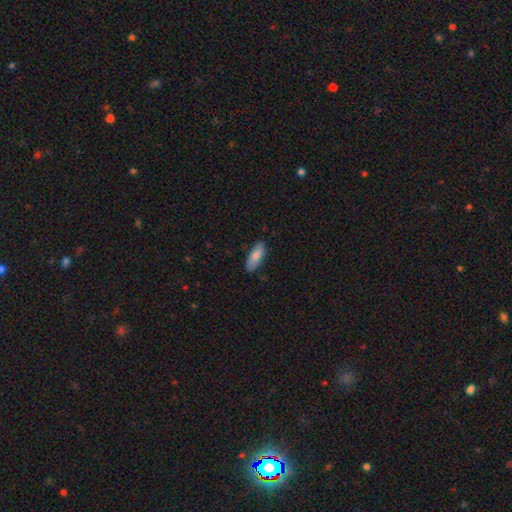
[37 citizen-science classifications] Overall: smooth (84%). How rounded: in between (65%; cigar-shaped 29%). Merging: none (72%).